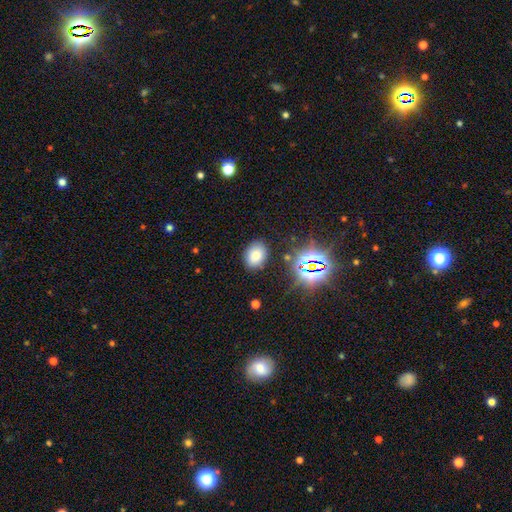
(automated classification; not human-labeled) Smooth or featured? smooth (76%)
How rounded? in between (74%)
Merging? none (85%)